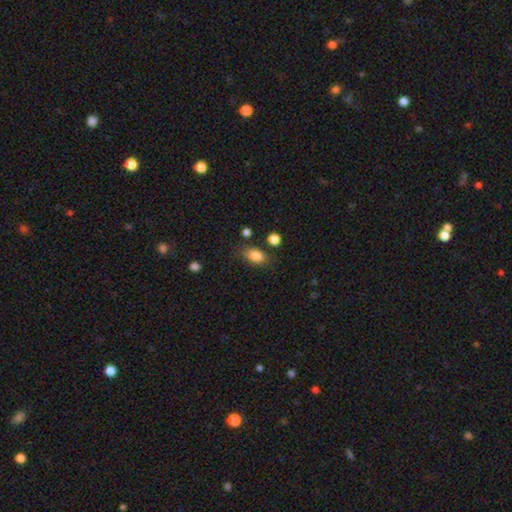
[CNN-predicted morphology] smooth-or-featured: smooth: 84% | star or artifact: 9% | featured or disk: 7%
  how-rounded: in between: 82% | round: 15% | cigar-shaped: 3%
  merging: none: 75% | minor disturbance: 16% | major disturbance: 5% | merger: 4%